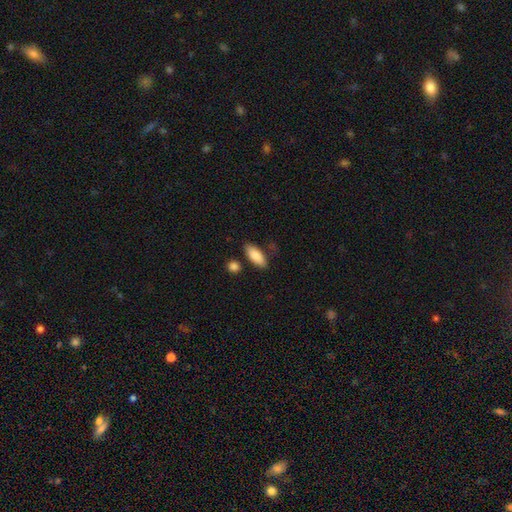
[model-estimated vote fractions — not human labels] Morphology: type=smooth (88%); roundness=in between (82%); merging=none (81%).